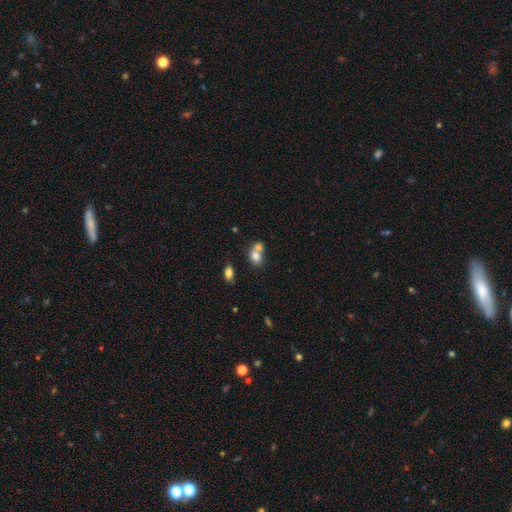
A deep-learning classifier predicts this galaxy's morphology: A smooth galaxy with no disk features (75%) that is in between round and cigar-shaped (56%). Merging: merger (60%).